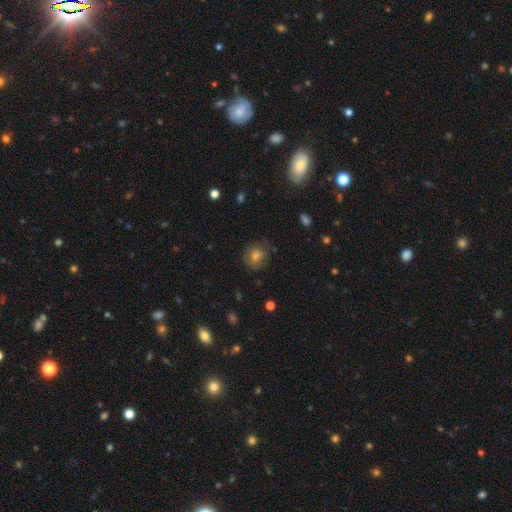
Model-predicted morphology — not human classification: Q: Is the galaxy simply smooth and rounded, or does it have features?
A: smooth — 64%.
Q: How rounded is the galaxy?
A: round — 78%.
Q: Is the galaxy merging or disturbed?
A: none — 73%.